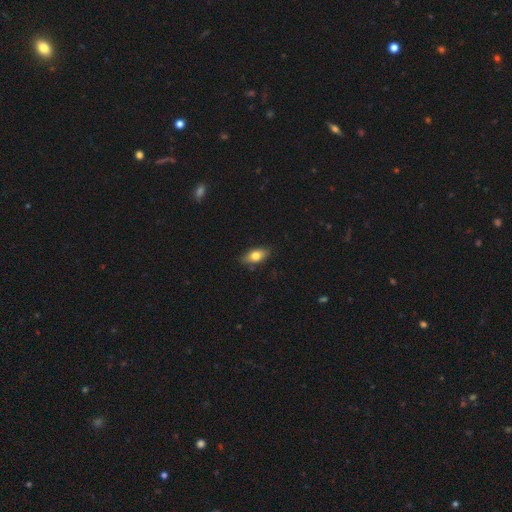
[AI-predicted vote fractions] This appears to be a smooth galaxy with no disk features (74%) that is in between round and cigar-shaped (83%). Merging: none (85%).